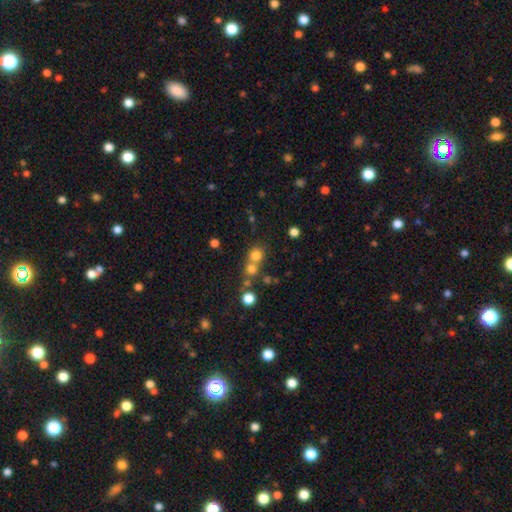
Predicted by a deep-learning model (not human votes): Smooth or featured? smooth (73%)
How rounded? round (87%)
Merging? none (48%)